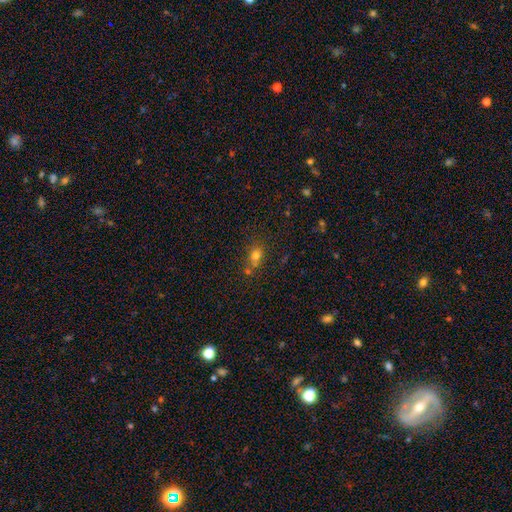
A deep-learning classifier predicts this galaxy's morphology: A smooth galaxy with no disk features (71%) that is round (61%).

Vote fractions:
- Smooth or featured? smooth: 71% / star or artifact: 18% / featured or disk: 12%
- How rounded? round: 61% / in between: 38% / cigar-shaped: 2%
- Merging? none: 56% / merger: 27% / minor disturbance: 13% / major disturbance: 5%